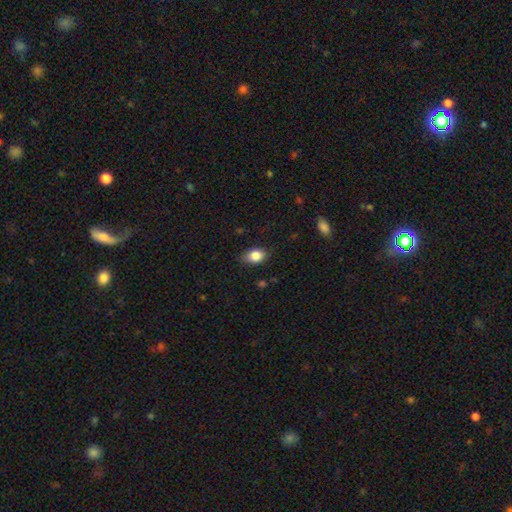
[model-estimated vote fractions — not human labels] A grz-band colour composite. It shows a smooth galaxy with no disk features (84%) that is in between round and cigar-shaped (82%). Merging: none (82%).